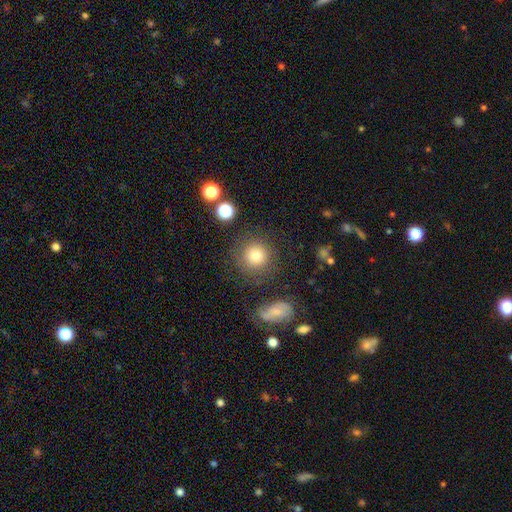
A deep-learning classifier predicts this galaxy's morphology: Smooth or featured: smooth — 78% (star or artifact — 12%)
How rounded: round — 92% (in between — 7%)
Merging: none — 80% (minor disturbance — 10%)